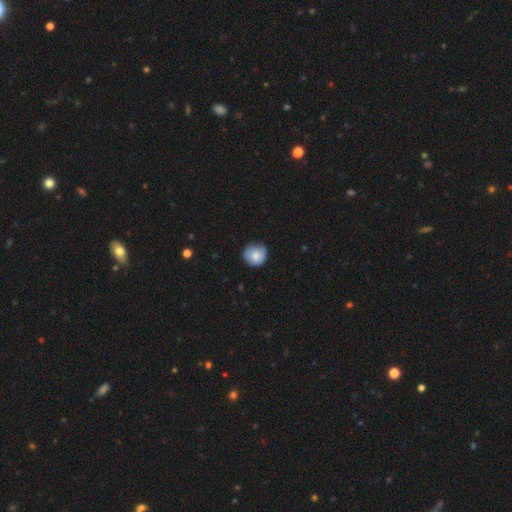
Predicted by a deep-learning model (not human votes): Smooth or featured? smooth (79%)
How rounded? round (85%)
Merging? none (73%)